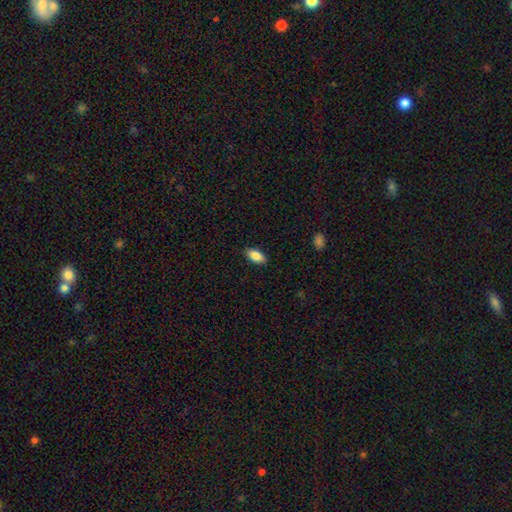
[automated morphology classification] Q: Smooth or featured?
A: smooth (88%); runner-up: star or artifact (7%)
Q: How rounded?
A: in between (93%); runner-up: cigar-shaped (4%)
Q: Merging?
A: none (88%); runner-up: minor disturbance (9%)